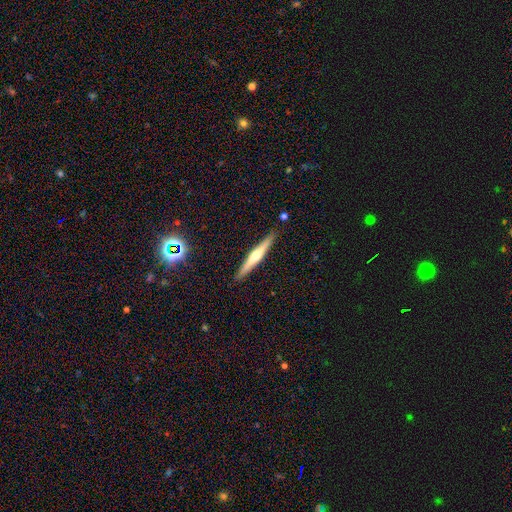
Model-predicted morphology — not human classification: type=featured or disk (63%); edge-on=yes (96%); edge-on bulge=rounded (87%); merging=none (90%).